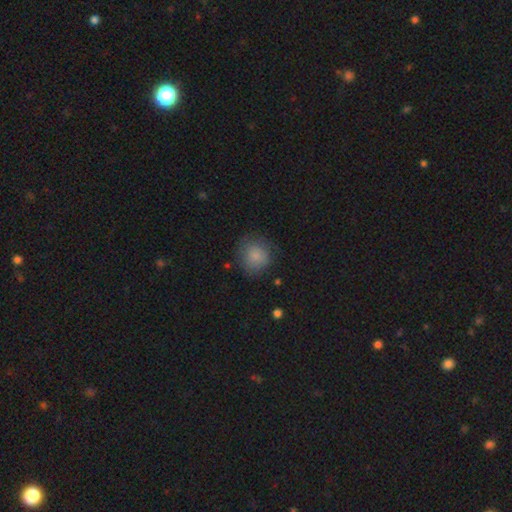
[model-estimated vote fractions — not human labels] smooth_or_featured: smooth (p=0.84) [alt: star or artifact p=0.09]
how_rounded: round (p=0.88) [alt: in between p=0.11]
merging: none (p=0.76) [alt: minor disturbance p=0.17]